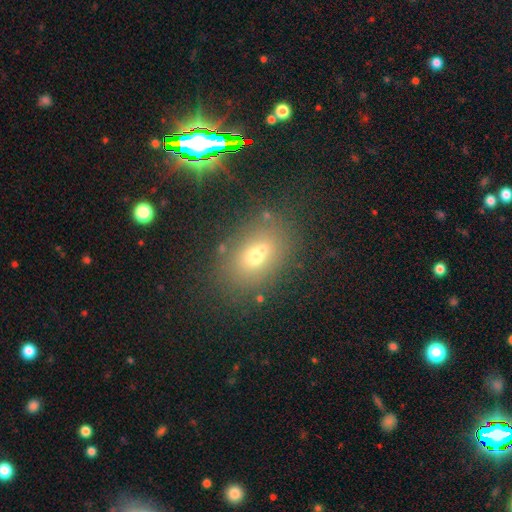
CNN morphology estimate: A smooth galaxy with no disk features (61%) that is in between round and cigar-shaped (75%).

Vote fractions:
- Smooth or featured? smooth: 61% / star or artifact: 23% / featured or disk: 16%
- How rounded? in between: 75% / round: 22% / cigar-shaped: 3%
- Merging? none: 80% / minor disturbance: 12% / major disturbance: 5% / merger: 4%